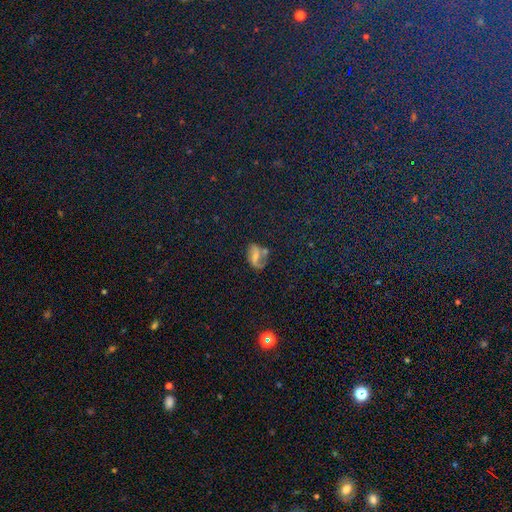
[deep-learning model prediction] A featured or disk galaxy (38%).

Vote fractions:
- Smooth or featured? featured or disk: 38% / smooth: 37% / star or artifact: 25%
- Merging? none: 47% / minor disturbance: 23% / major disturbance: 19% / merger: 12%